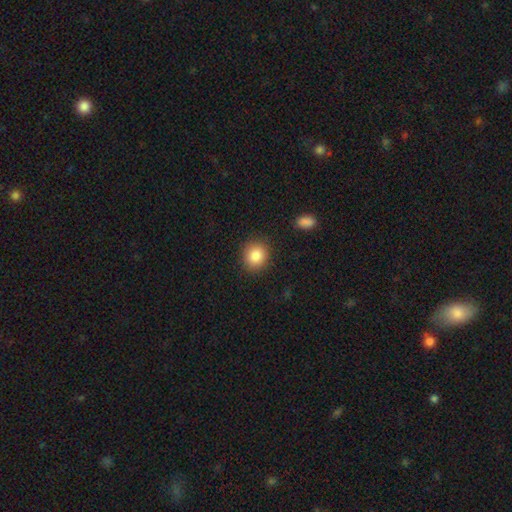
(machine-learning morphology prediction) A smooth galaxy with no disk features (85%) that is round (81%). Merging: none (88%).